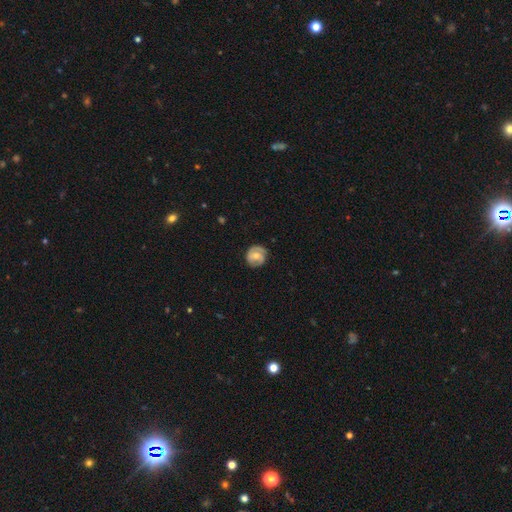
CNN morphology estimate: Smooth or featured: featured or disk — 62% (smooth — 32%)
Edge-on disk: no — 97% (yes — 3%)
Bar: no — 57% (weak — 34%)
Spiral arms: yes — 84% (no — 16%)
Spiral winding: tight — 55% (medium — 35%)
Spiral arm count: 2 — 64% (can't tell — 16%)
Bulge size: moderate — 60% (small — 35%)
Merging: none — 75% (minor disturbance — 19%)